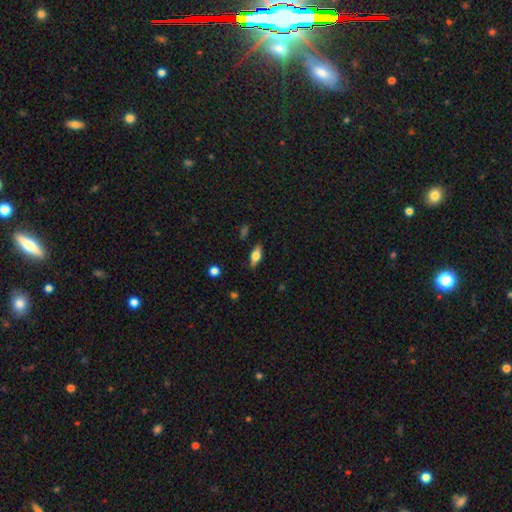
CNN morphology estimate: This appears to be a smooth galaxy with no disk features (57%) that is in between round and cigar-shaped (75%). Merging: none (84%).